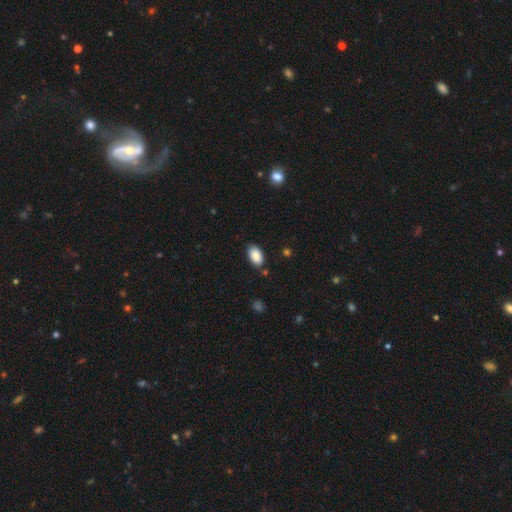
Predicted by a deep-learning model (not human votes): This appears to be a smooth galaxy with no disk features (88%) that is in between round and cigar-shaped (93%). Merging: none (83%).